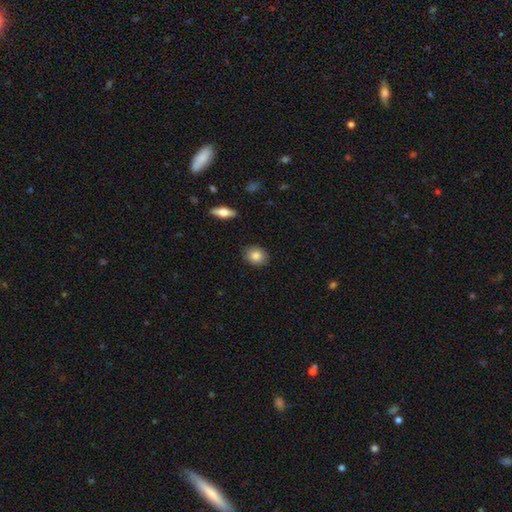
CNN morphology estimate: type=smooth (83%); roundness=in between (50%); merging=none (87%).